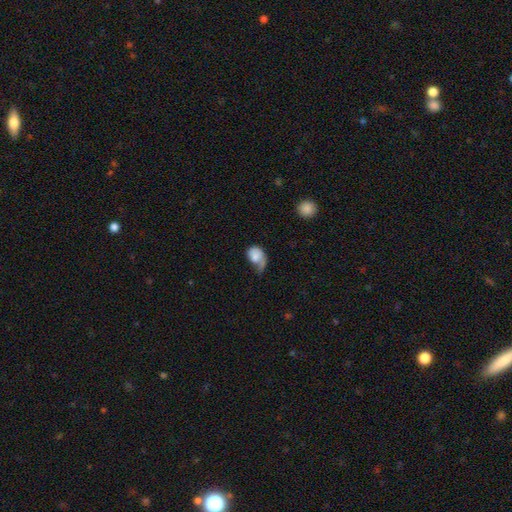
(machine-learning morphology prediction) Smooth or featured: smooth — 73% (featured or disk — 19%)
How rounded: in between — 58% (round — 40%)
Merging: major disturbance — 37% (minor disturbance — 25%)